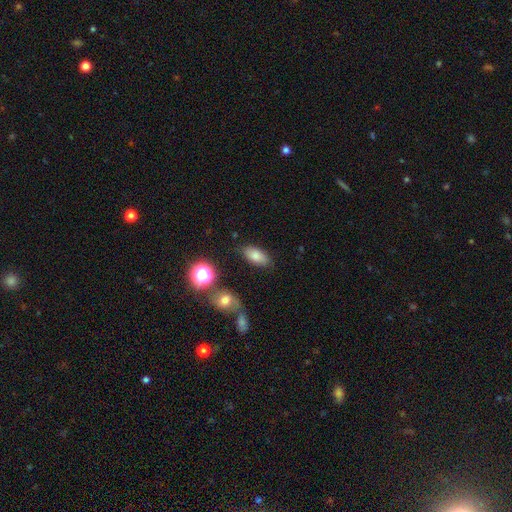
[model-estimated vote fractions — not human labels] Q: Smooth or featured?
A: smooth (79%); runner-up: featured or disk (11%)
Q: How rounded?
A: in between (87%); runner-up: cigar-shaped (8%)
Q: Merging?
A: none (81%); runner-up: minor disturbance (11%)